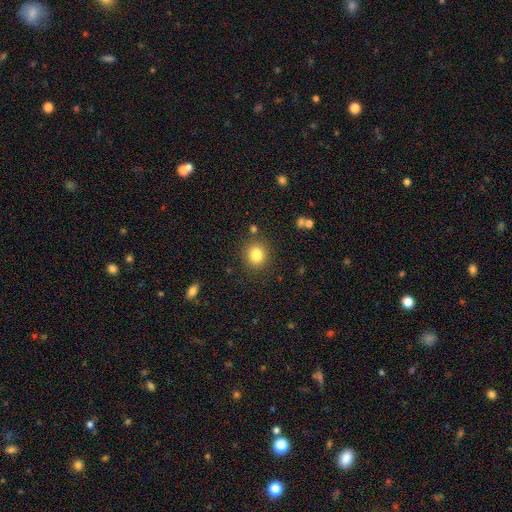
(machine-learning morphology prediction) Smooth or featured?
  - smooth: 83% *
  - star or artifact: 11%
  - featured or disk: 6%
How rounded?
  - round: 77% *
  - in between: 22%
  - cigar-shaped: 1%
Merging?
  - none: 84% *
  - minor disturbance: 9%
  - major disturbance: 3%
  - merger: 3%